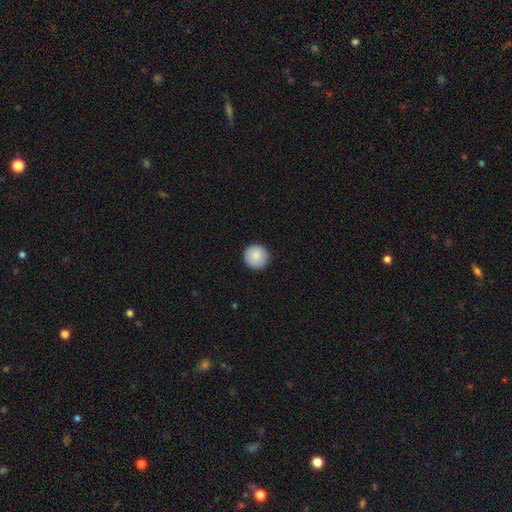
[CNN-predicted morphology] Q: Smooth or featured?
A: smooth (87%); runner-up: star or artifact (7%)
Q: How rounded?
A: round (95%); runner-up: in between (4%)
Q: Merging?
A: none (91%); runner-up: minor disturbance (6%)